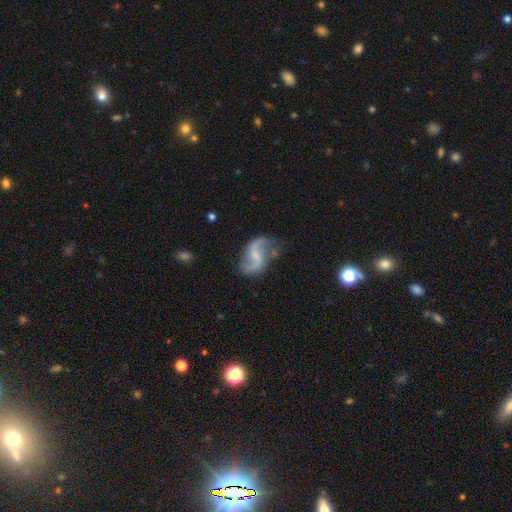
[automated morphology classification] This is clearly a featured or disk galaxy (88%). It is clearly not viewed edge-on (98%). Bar: possibly weak (48%). Spiral arm pattern: clearly yes (96%). Spiral arm count: clearly 2 (93%). Spiral winding: likely loose (77%). Central bulge: marginally small (44%). Merging: likely none (72%).